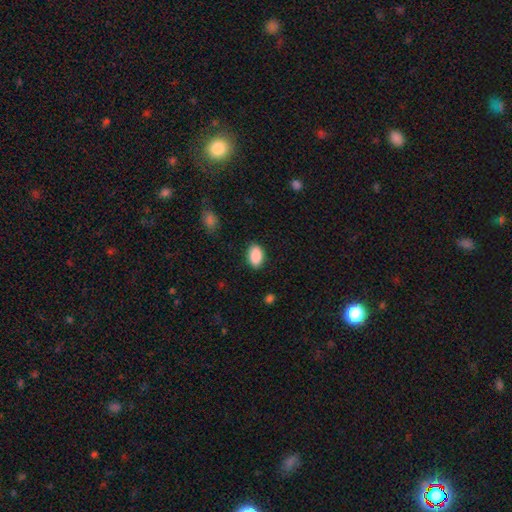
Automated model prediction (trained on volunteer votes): Overall: smooth (90%). How rounded: in between (91%). Merging: none (87%).